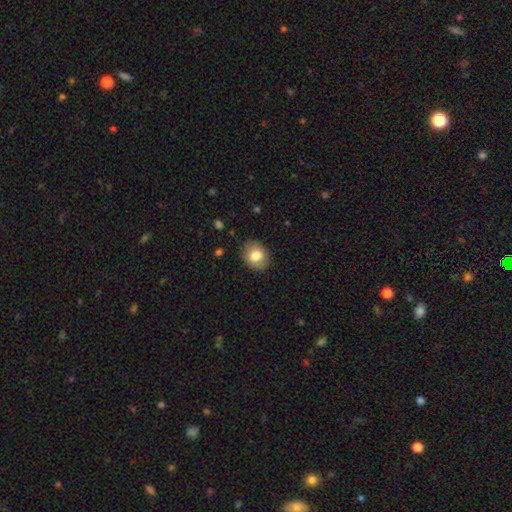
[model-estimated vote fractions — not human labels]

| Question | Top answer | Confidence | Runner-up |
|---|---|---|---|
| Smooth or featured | smooth | 79% | featured or disk (13%) |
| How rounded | in between | 52% | round (47%) |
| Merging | none | 86% | minor disturbance (10%) |